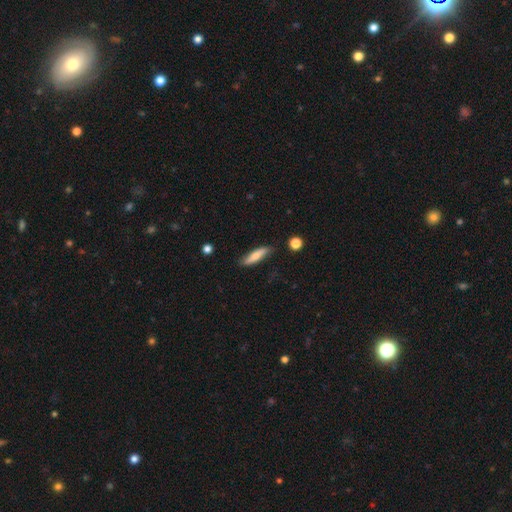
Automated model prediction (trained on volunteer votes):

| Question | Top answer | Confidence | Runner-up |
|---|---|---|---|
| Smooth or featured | smooth | 68% | featured or disk (25%) |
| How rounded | cigar-shaped | 76% | in between (22%) |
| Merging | none | 81% | minor disturbance (14%) |